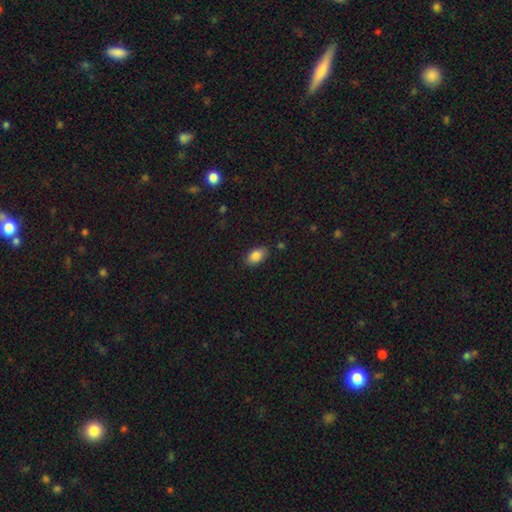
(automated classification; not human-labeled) A smooth galaxy with no disk features (85%) that is in between round and cigar-shaped (90%). Merging: none (84%).